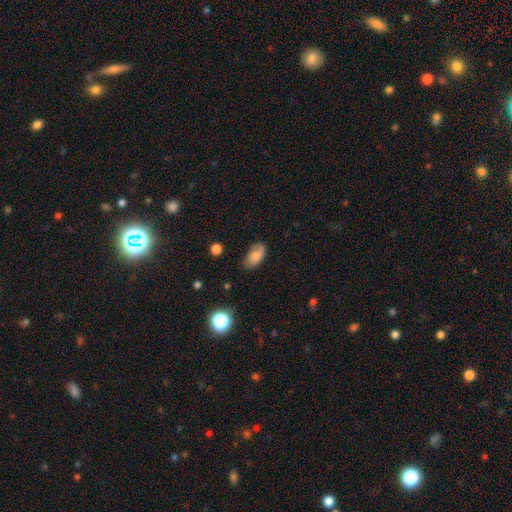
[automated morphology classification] Smooth or featured? smooth (76%)
How rounded? in between (93%)
Merging? none (63%)